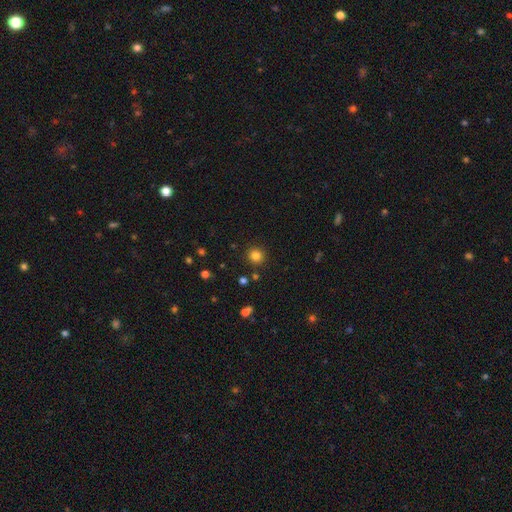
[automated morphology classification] This appears to be a smooth galaxy with no disk features (82%) that is round (93%). Merging: none (90%).